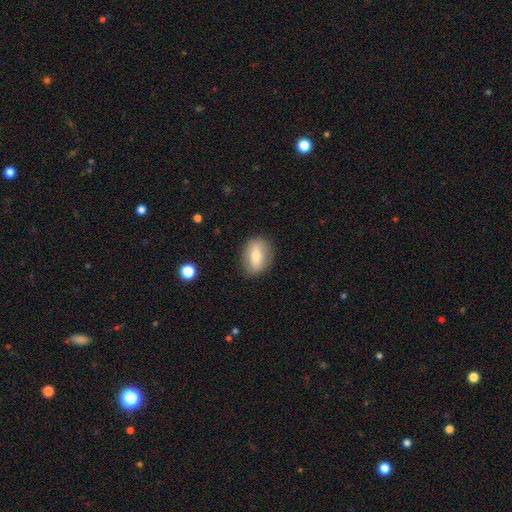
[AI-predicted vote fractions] Overall: smooth (67%). How rounded: in between (65%; round 33%). Merging: none (83%).